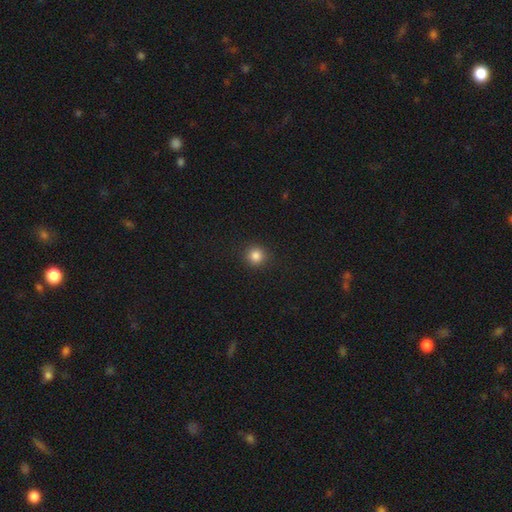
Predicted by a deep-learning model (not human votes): Q: Smooth or featured?
A: smooth (84%); runner-up: star or artifact (12%)
Q: How rounded?
A: round (93%); runner-up: in between (6%)
Q: Merging?
A: none (91%); runner-up: minor disturbance (5%)